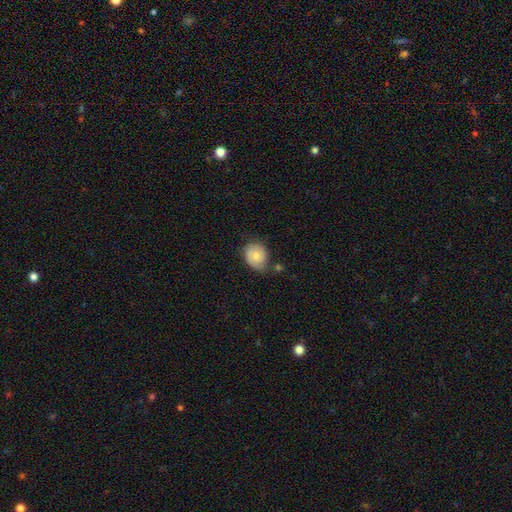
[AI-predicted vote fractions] Morphology: type=smooth (66%); roundness=round (56%); merging=none (62%).